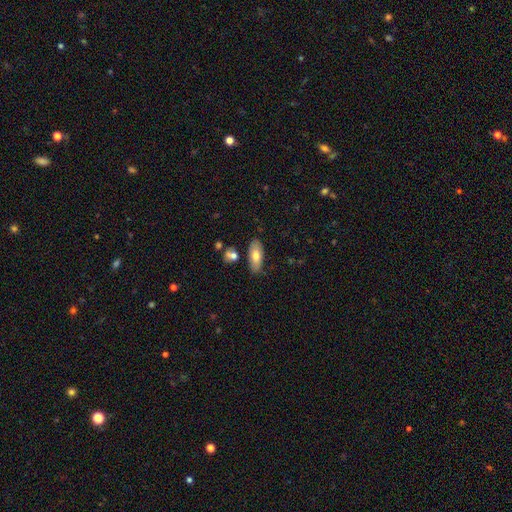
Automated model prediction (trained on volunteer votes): smooth 70%, featured or disk 23%, star or artifact 7%. Down the decision tree: how rounded — in between (84%); merging — none (81%).